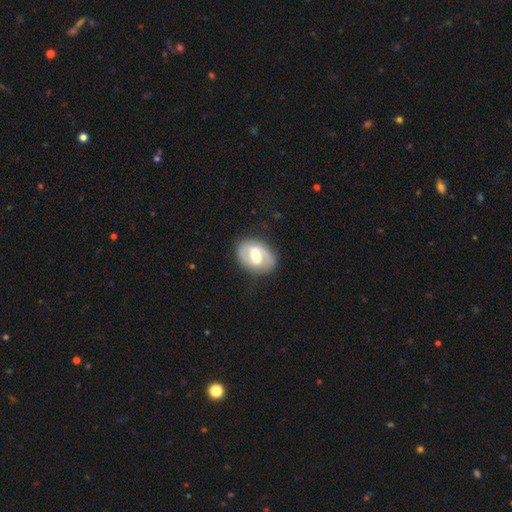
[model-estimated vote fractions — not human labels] Smooth or featured? featured or disk (69%)
Edge-on disk? no (96%)
Bar? weak (45%)
Spiral arms? yes (70%)
Bulge size? moderate (70%)
Merging? none (80%)